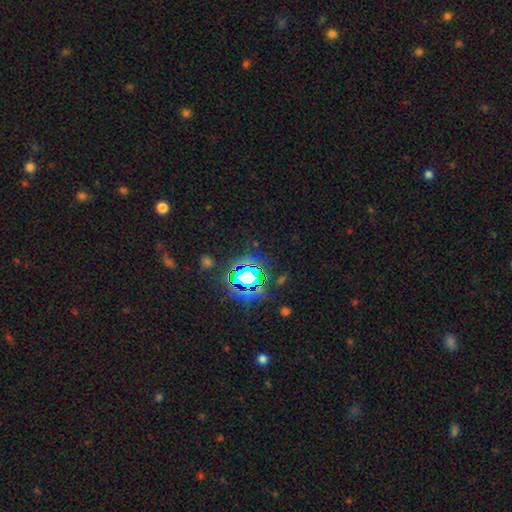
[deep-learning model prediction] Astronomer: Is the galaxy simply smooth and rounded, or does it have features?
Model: star or artifact — 79%.